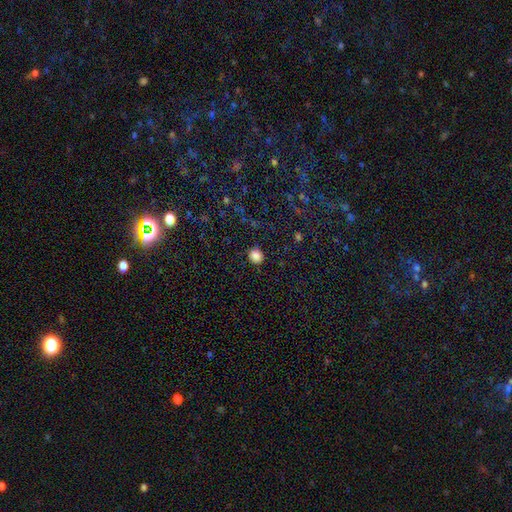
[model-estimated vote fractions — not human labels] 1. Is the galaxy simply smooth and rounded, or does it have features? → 85% smooth, 12% star or artifact, 4% featured or disk.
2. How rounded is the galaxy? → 84% round, 16% in between, 1% cigar-shaped.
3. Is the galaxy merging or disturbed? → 89% none, 8% minor disturbance, 2% major disturbance, 1% merger.